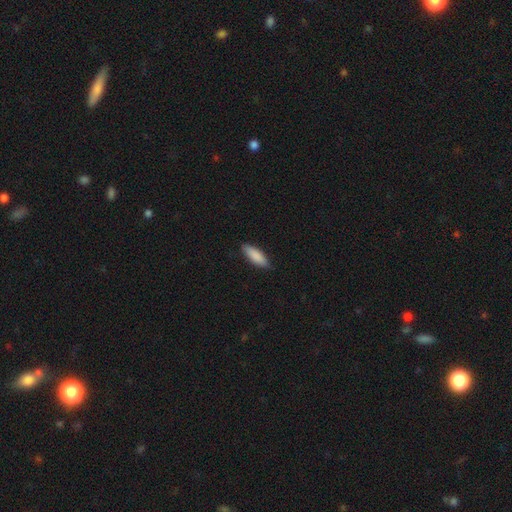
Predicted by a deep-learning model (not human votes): This is clearly a smooth galaxy (88%). How rounded: likely in between (60%). Merging: clearly none (85%).